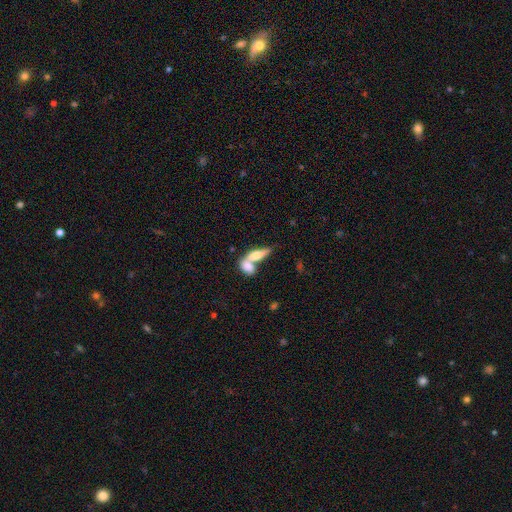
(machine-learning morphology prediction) A smooth galaxy with no disk features (64%) that is in between round and cigar-shaped (65%). Merging: merger (65%).